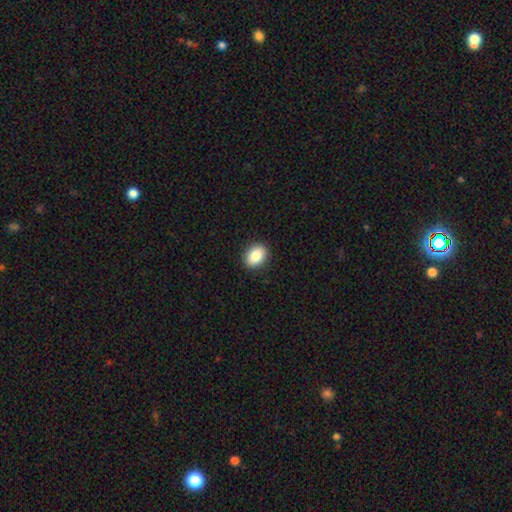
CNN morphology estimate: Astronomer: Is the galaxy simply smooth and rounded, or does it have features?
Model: smooth — 87%.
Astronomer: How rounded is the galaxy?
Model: in between — 73%.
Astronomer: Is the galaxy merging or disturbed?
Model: none — 91%.